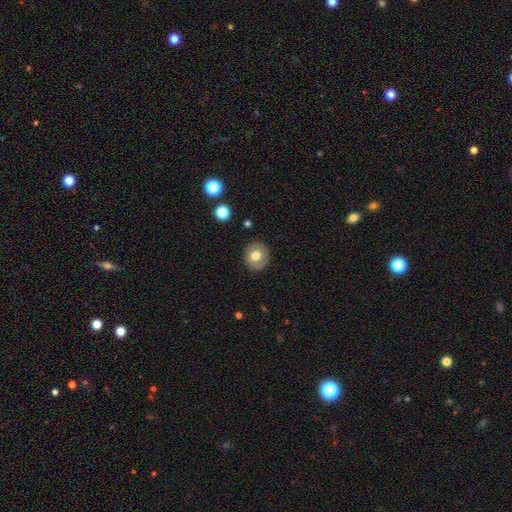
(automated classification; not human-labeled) Smooth or featured? smooth (69%)
How rounded? round (83%)
Merging? none (88%)